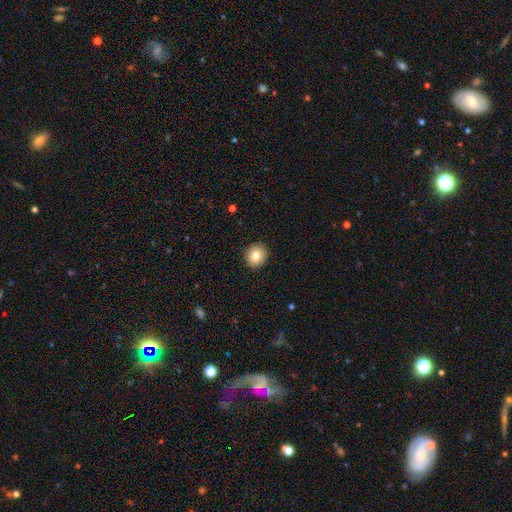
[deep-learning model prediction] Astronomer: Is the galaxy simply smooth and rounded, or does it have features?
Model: smooth — 81%.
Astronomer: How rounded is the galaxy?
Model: round — 78%.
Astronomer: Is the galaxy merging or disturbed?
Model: none — 92%.